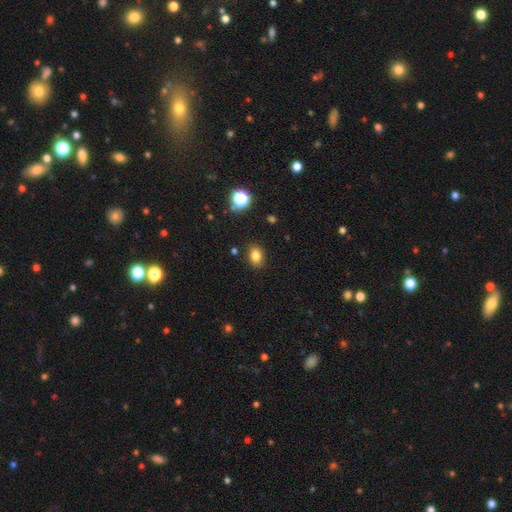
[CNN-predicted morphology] type=smooth (82%); roundness=in between (70%); merging=none (86%).